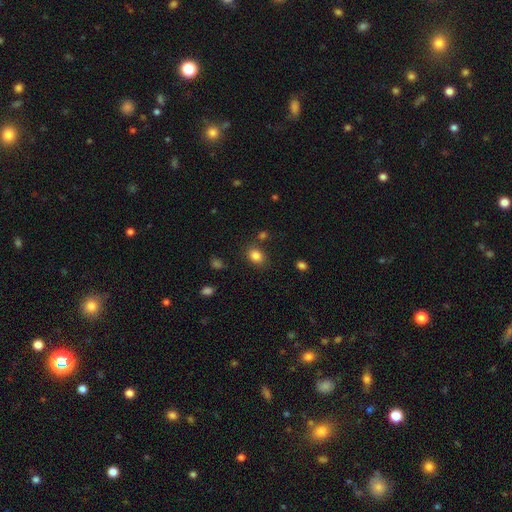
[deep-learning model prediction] Overall: smooth (84%). How rounded: in between (56%; round 43%). Merging: none (77%).